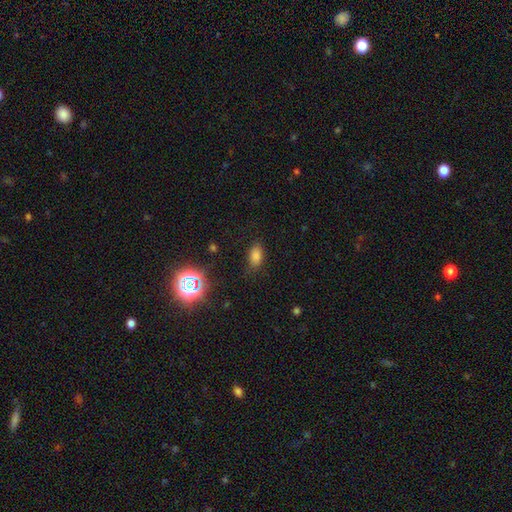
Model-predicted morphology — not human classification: A smooth galaxy with no disk features (74%) that is in between round and cigar-shaped (88%). Merging: none (79%).